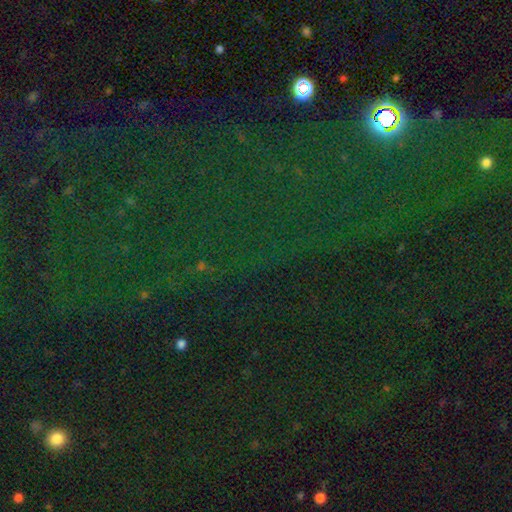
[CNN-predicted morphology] This appears to be a star or artifact, not a galaxy (82%).